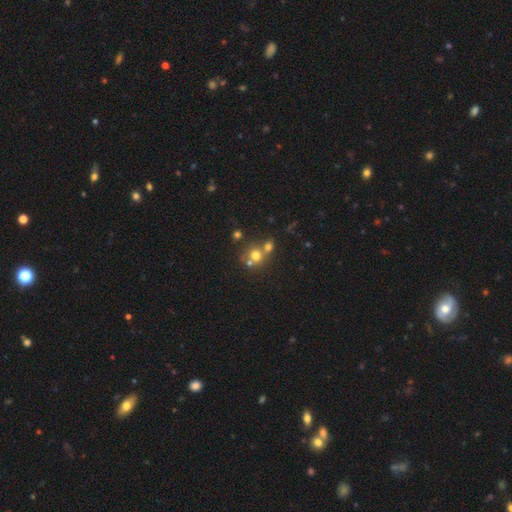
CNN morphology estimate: Smooth or featured? smooth (66%)
How rounded? round (81%)
Merging? none (44%, tied with merger)